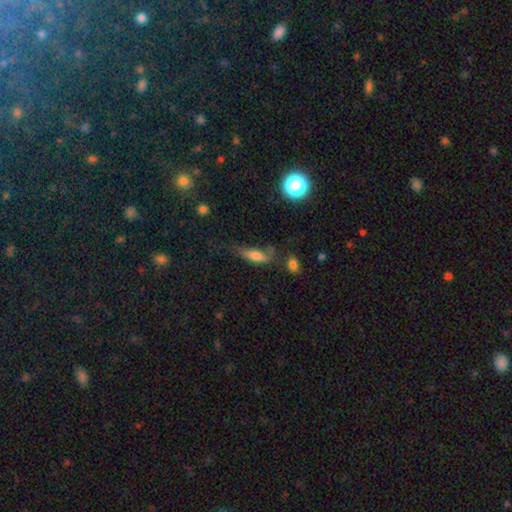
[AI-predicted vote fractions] smooth-or-featured: smooth: 67% | featured or disk: 23% | star or artifact: 11%
  how-rounded: in between: 50% | cigar-shaped: 46% | round: 4%
  merging: none: 40% | minor disturbance: 30% | major disturbance: 22% | merger: 8%